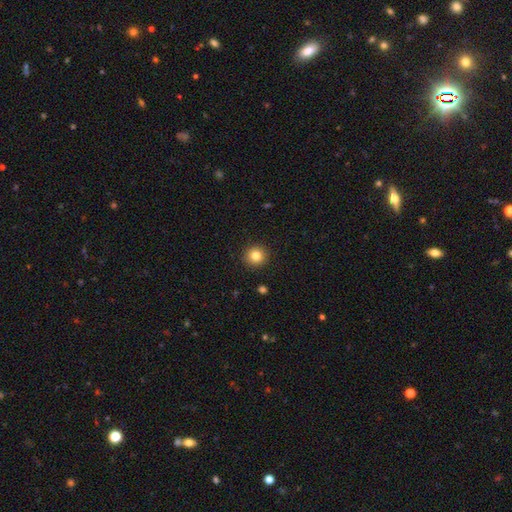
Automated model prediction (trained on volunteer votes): Smooth or featured? Predicted: smooth (p=0.83). How rounded? Predicted: round (p=0.94). Merging? Predicted: none (p=0.92).